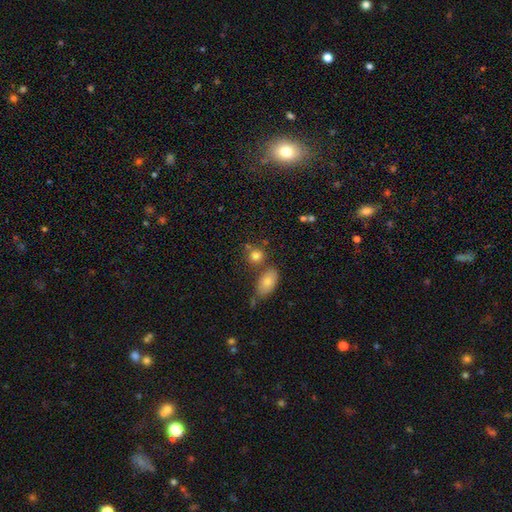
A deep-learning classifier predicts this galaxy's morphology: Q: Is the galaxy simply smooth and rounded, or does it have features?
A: smooth — 80%.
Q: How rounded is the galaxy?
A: round — 70%.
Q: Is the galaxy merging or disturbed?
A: none — 60%.